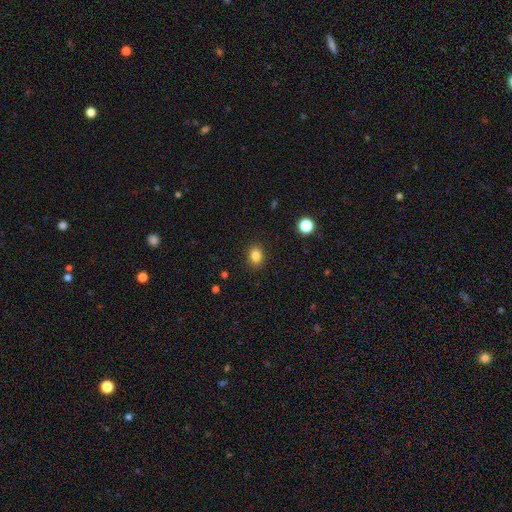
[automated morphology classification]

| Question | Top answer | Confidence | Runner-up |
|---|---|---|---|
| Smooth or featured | smooth | 84% | star or artifact (11%) |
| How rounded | in between | 55% | round (44%) |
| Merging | none | 88% | minor disturbance (8%) |